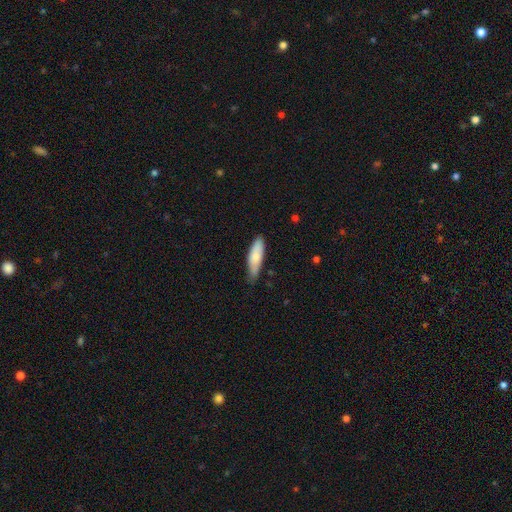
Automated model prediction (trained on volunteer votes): Overall: smooth (78%). How rounded: in between (49%, tied with cigar-shaped). Merging: none (69%).